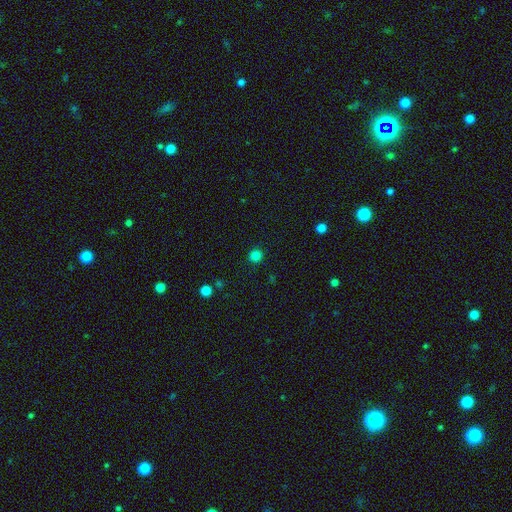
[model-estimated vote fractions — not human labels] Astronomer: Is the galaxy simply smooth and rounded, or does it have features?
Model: smooth — 83%.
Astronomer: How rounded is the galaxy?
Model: round — 90%.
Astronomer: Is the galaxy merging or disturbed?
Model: none — 90%.